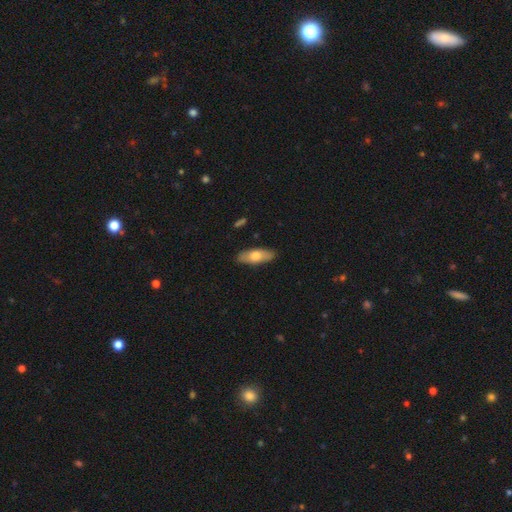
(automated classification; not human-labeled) Smooth or featured?
  - smooth: 66% *
  - featured or disk: 28%
  - star or artifact: 5%
How rounded?
  - in between: 70% *
  - cigar-shaped: 27%
  - round: 3%
Merging?
  - none: 87% *
  - minor disturbance: 10%
  - major disturbance: 2%
  - merger: 1%